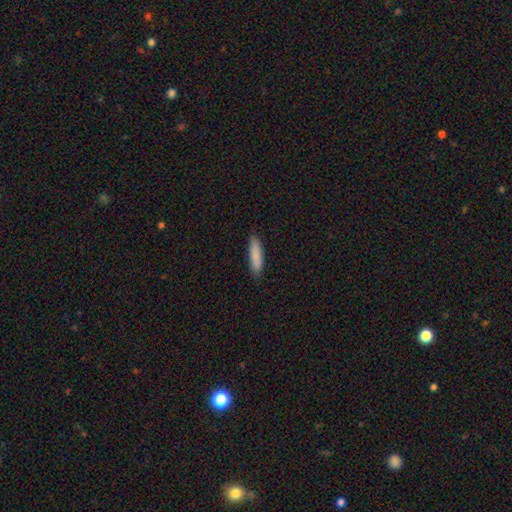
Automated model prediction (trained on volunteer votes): This appears to be a smooth galaxy with no disk features (86%) that is cigar-shaped (71%). Merging: none (87%).